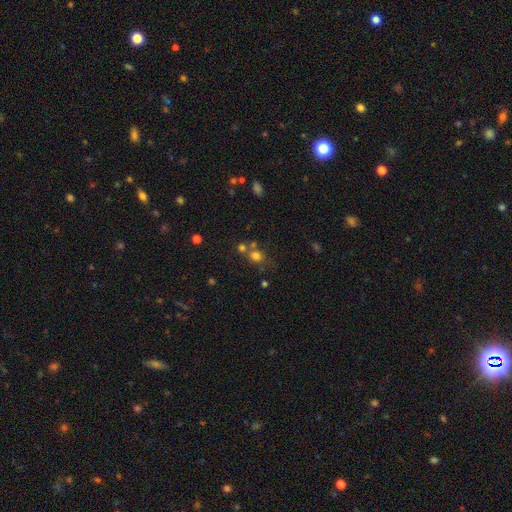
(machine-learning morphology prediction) Smooth or featured?
  - smooth: 70% *
  - star or artifact: 19%
  - featured or disk: 11%
How rounded?
  - round: 76% *
  - in between: 23%
  - cigar-shaped: 1%
Merging?
  - none: 54% *
  - merger: 30%
  - minor disturbance: 10%
  - major disturbance: 5%